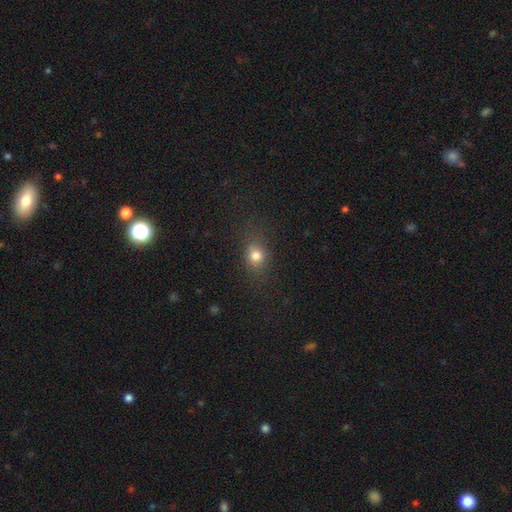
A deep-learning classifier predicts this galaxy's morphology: Smooth or featured? smooth (75%)
How rounded? round (58%)
Merging? none (75%)